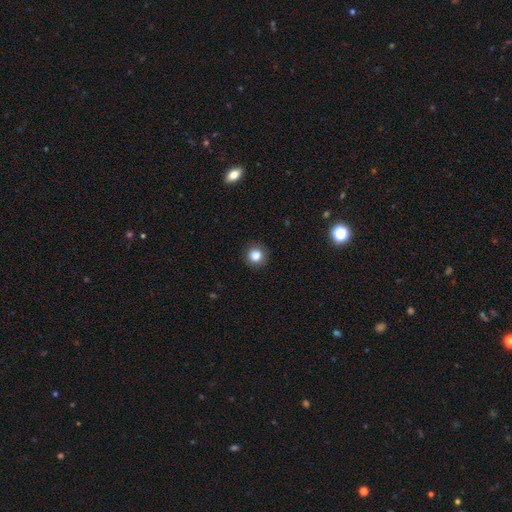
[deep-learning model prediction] This appears to be a smooth galaxy with no disk features (84%) that is round (90%). Merging: none (89%).